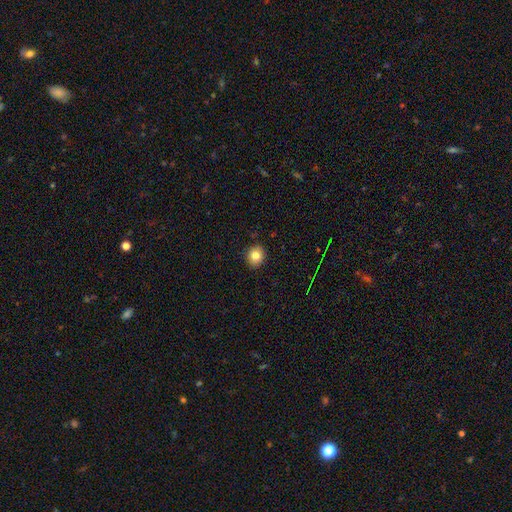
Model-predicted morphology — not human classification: This is clearly a smooth galaxy (81%). How rounded: clearly round (83%). Merging: clearly none (91%).